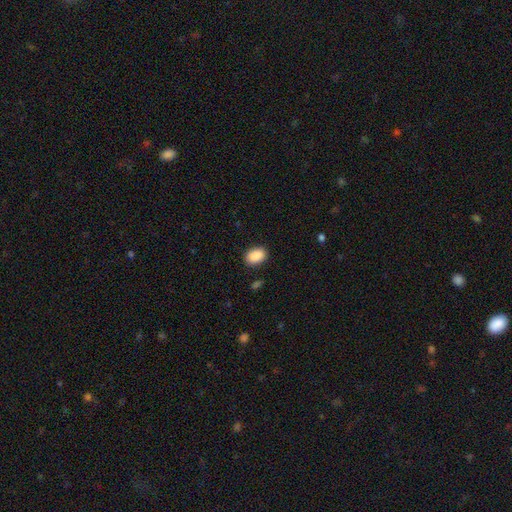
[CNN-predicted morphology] smooth-or-featured: smooth: 90% | star or artifact: 7% | featured or disk: 3%
  how-rounded: in between: 86% | round: 13% | cigar-shaped: 1%
  merging: none: 87% | minor disturbance: 9% | major disturbance: 2% | merger: 1%